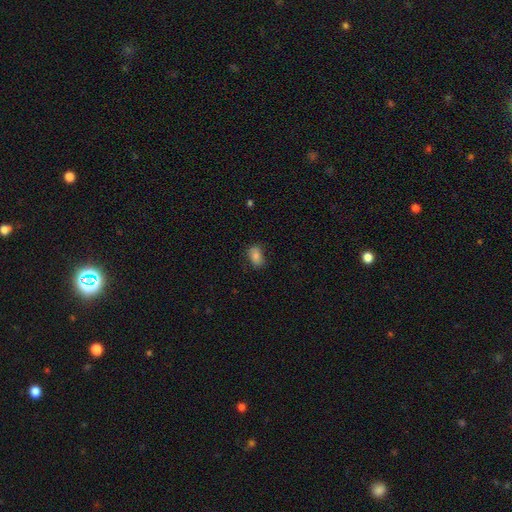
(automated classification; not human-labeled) Smooth or featured: smooth — 79% (featured or disk — 12%)
How rounded: in between — 86% (round — 12%)
Merging: none — 76% (minor disturbance — 19%)